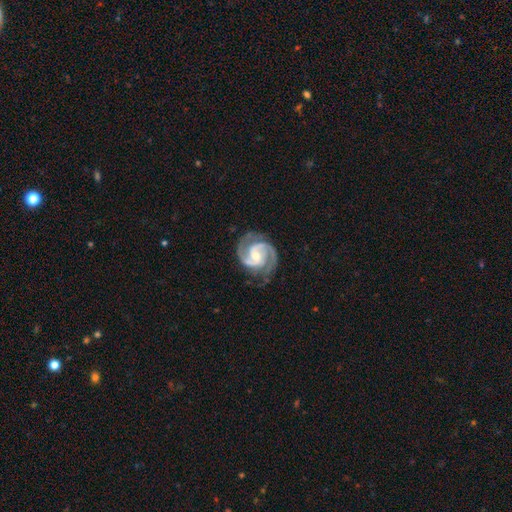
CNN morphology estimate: Q: Smooth or featured?
A: featured or disk (93%); runner-up: star or artifact (4%)
Q: Edge-on disk?
A: no (98%); runner-up: yes (2%)
Q: Bar?
A: weak (46%); runner-up: no (35%)
Q: Spiral arms?
A: yes (99%); runner-up: no (1%)
Q: Spiral winding?
A: medium (52%); runner-up: tight (41%)
Q: Spiral arm count?
A: 2 (88%); runner-up: 3 (6%)
Q: Bulge size?
A: moderate (52%); runner-up: small (41%)
Q: Merging?
A: none (76%); runner-up: minor disturbance (17%)